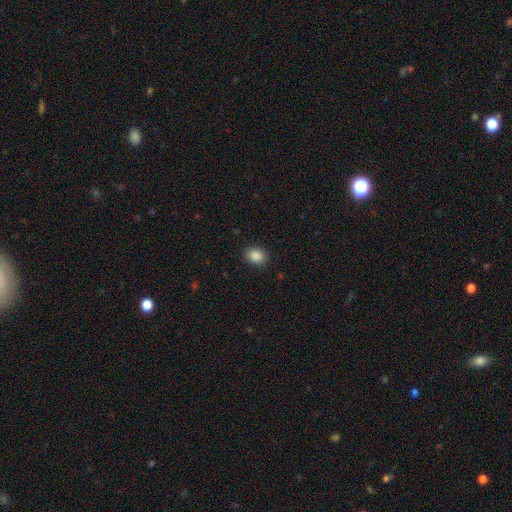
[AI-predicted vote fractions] This is clearly a smooth galaxy (88%). How rounded: likely in between (64%). Merging: clearly none (89%).